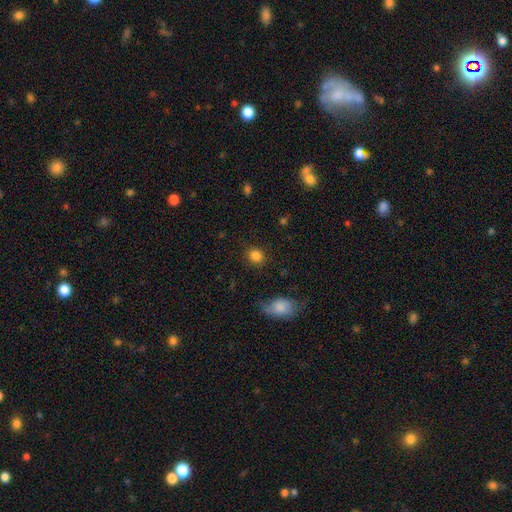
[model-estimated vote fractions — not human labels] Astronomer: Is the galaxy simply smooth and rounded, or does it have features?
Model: smooth — 85%.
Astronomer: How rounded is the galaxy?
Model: round — 79%.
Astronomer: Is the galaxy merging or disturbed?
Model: none — 86%.